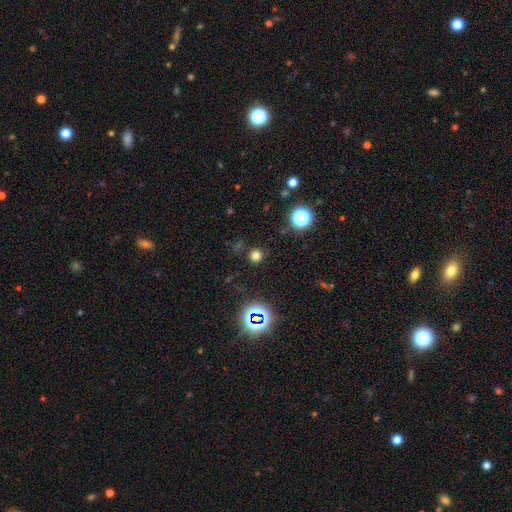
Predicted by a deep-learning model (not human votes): A smooth galaxy with no disk features (70%) that is round (93%). Merging: none (88%).